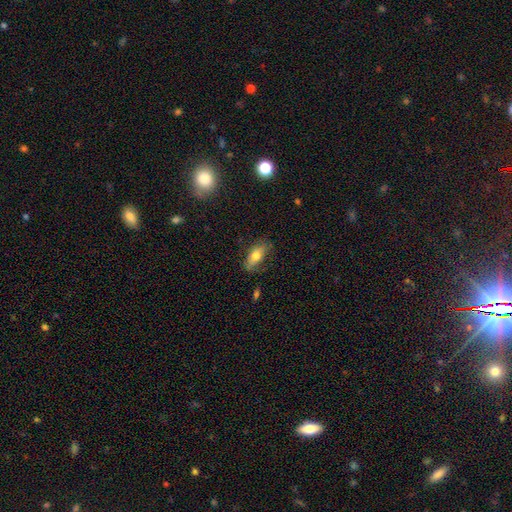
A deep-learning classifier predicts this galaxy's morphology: smooth-or-featured: smooth: 70% | featured or disk: 23% | star or artifact: 8%
  how-rounded: in between: 81% | cigar-shaped: 14% | round: 5%
  merging: none: 71% | minor disturbance: 21% | major disturbance: 5% | merger: 2%